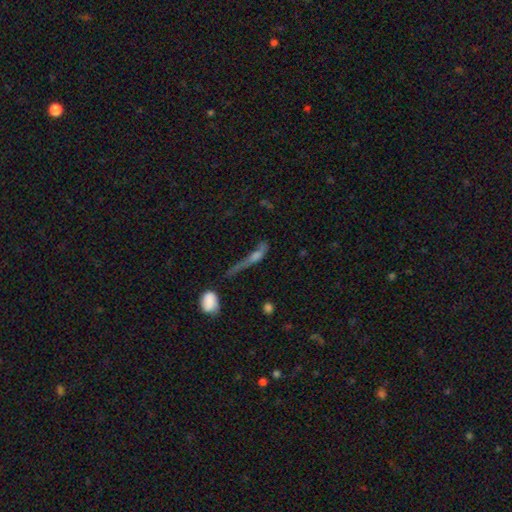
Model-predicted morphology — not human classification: A smooth galaxy with no disk features (45%).

Vote fractions:
- Smooth or featured? smooth: 45% / featured or disk: 38% / star or artifact: 16%
- Merging? major disturbance: 36% / none: 30% / minor disturbance: 19% / merger: 15%